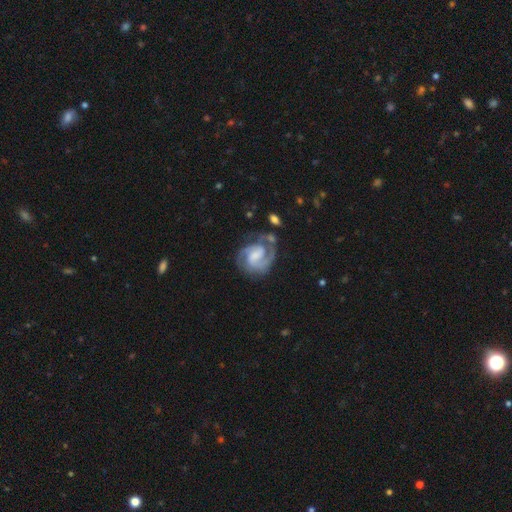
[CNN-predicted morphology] Q: Smooth or featured?
A: featured or disk (87%); runner-up: smooth (8%)
Q: Edge-on disk?
A: no (98%); runner-up: yes (2%)
Q: Bar?
A: weak (50%); runner-up: no (31%)
Q: Spiral arms?
A: yes (97%); runner-up: no (3%)
Q: Spiral winding?
A: medium (46%); runner-up: tight (45%)
Q: Spiral arm count?
A: 2 (78%); runner-up: 3 (8%)
Q: Bulge size?
A: small (33%); runner-up: moderate (29%)
Q: Merging?
A: none (64%); runner-up: minor disturbance (19%)